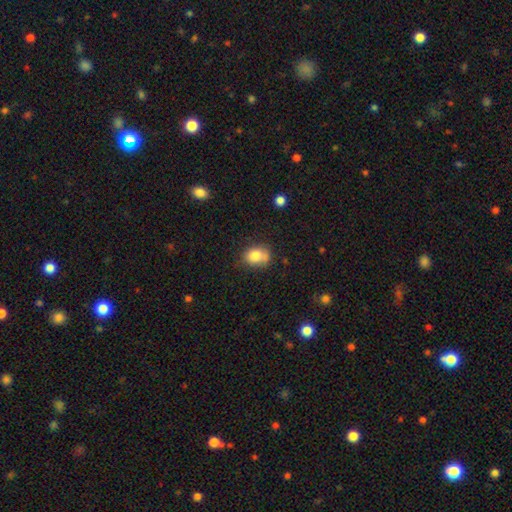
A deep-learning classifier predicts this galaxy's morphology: type=smooth (81%); roundness=in between (58%); merging=none (54%).